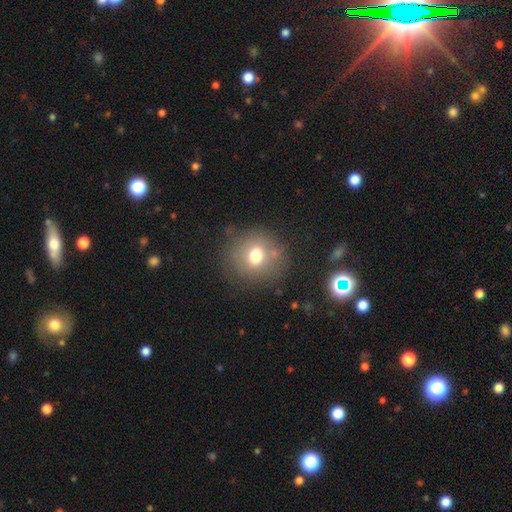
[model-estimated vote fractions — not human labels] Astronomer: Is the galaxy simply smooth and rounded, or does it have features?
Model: smooth — 70%.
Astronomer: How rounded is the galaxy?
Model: round — 81%.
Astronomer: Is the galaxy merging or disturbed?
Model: none — 77%.